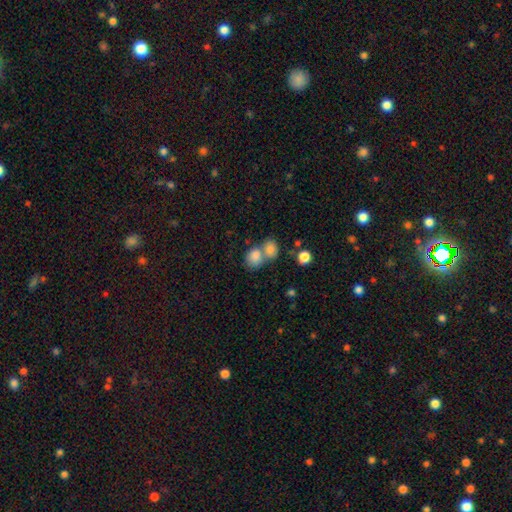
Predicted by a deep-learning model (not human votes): Smooth or featured?
  - smooth: 83% *
  - star or artifact: 9%
  - featured or disk: 9%
How rounded?
  - in between: 50% *
  - round: 49%
  - cigar-shaped: 1%
Merging?
  - merger: 58% *
  - none: 30%
  - minor disturbance: 8%
  - major disturbance: 4%